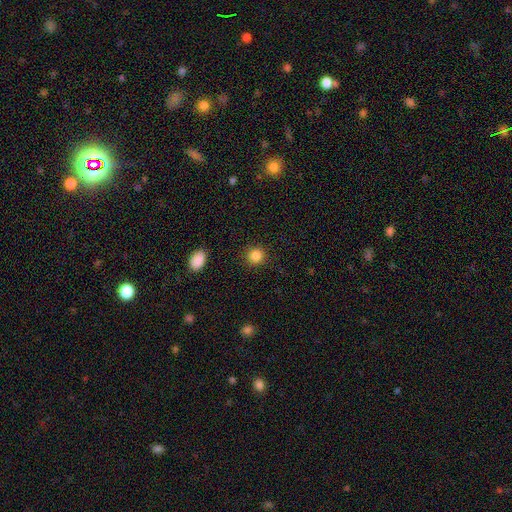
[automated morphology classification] smooth-or-featured: smooth: 86% | star or artifact: 11% | featured or disk: 4%
  how-rounded: round: 89% | in between: 10% | cigar-shaped: 1%
  merging: none: 90% | minor disturbance: 6% | major disturbance: 3% | merger: 1%